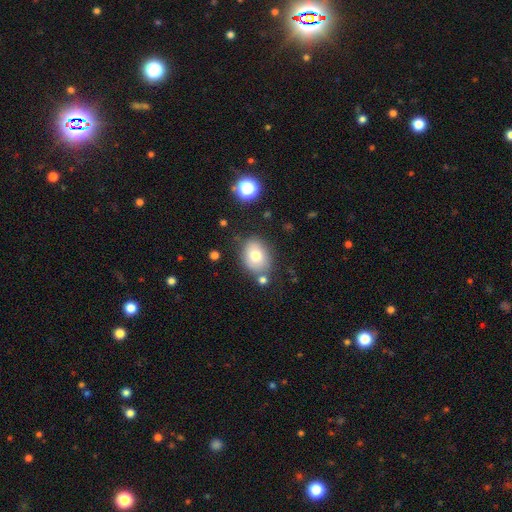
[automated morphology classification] smooth 74%, featured or disk 17%, star or artifact 10%. Down the decision tree: how rounded — in between (63%); merging — none (72%).